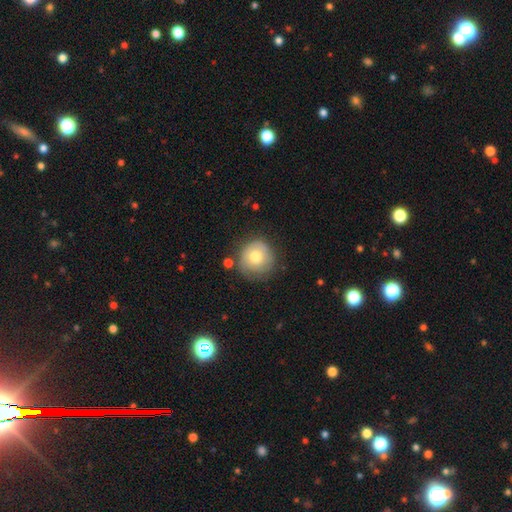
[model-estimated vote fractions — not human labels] smooth 64%, featured or disk 28%, star or artifact 7%. Down the decision tree: how rounded — round (92%); merging — none (66%).